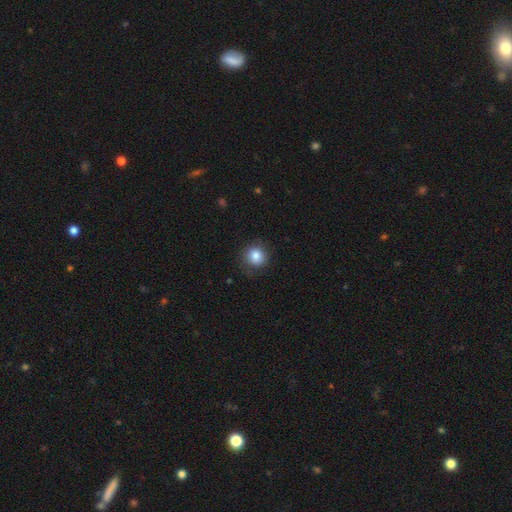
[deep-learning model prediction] smooth-or-featured: smooth: 84% | star or artifact: 9% | featured or disk: 7%
  how-rounded: round: 89% | in between: 10% | cigar-shaped: 1%
  merging: none: 81% | minor disturbance: 14% | major disturbance: 5% | merger: 1%